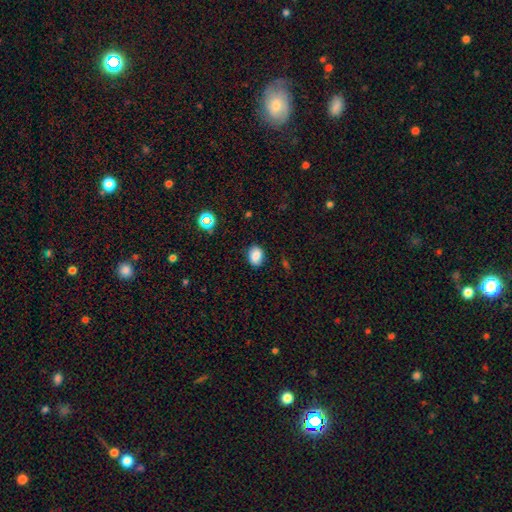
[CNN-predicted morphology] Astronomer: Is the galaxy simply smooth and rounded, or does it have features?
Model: smooth — 81%.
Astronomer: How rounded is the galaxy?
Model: in between — 72%.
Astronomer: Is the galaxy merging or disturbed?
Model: none — 84%.